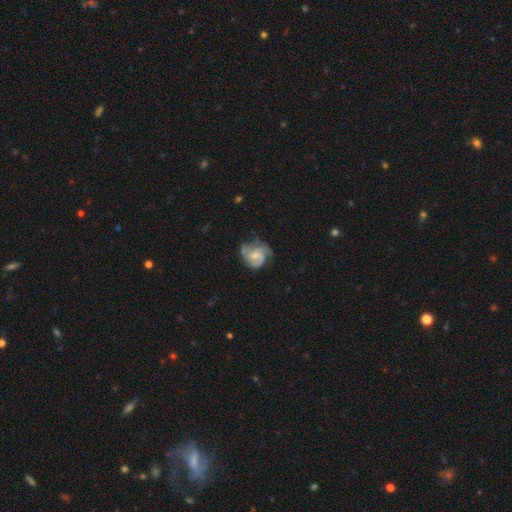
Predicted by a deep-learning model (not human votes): Smooth or featured: featured or disk — 75% (smooth — 19%)
Edge-on disk: no — 98% (yes — 2%)
Bar: no — 56% (weak — 37%)
Spiral arms: yes — 90% (no — 10%)
Spiral winding: tight — 43% (medium — 42%)
Spiral arm count: 2 — 49% (can't tell — 19%)
Bulge size: small — 46% (moderate — 44%)
Merging: none — 47% (minor disturbance — 29%)